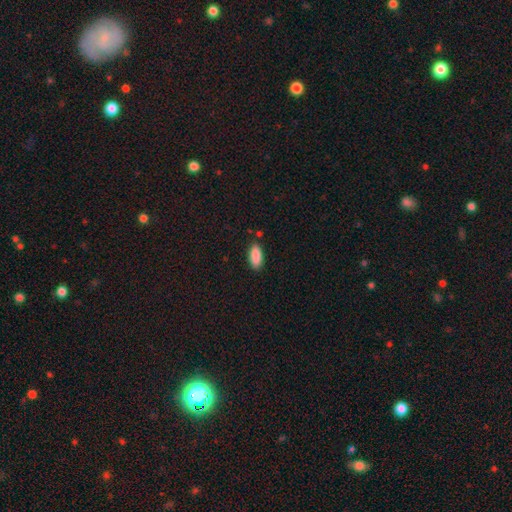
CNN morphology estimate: A smooth galaxy with no disk features (89%) that is in between round and cigar-shaped (88%). Merging: none (84%).